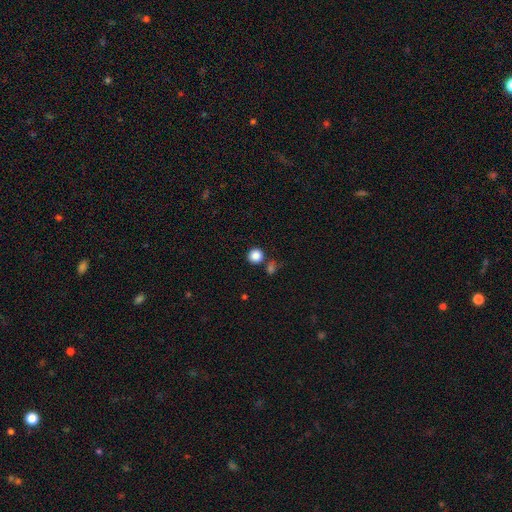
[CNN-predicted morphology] Smooth or featured?
  - smooth: 86% *
  - star or artifact: 10%
  - featured or disk: 4%
How rounded?
  - round: 93% *
  - in between: 7%
  - cigar-shaped: 1%
Merging?
  - none: 77% *
  - merger: 12%
  - minor disturbance: 8%
  - major disturbance: 3%